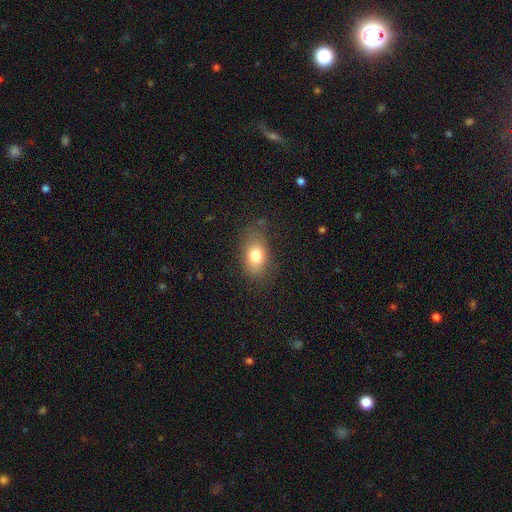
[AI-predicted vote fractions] Smooth or featured: smooth — 78% (featured or disk — 13%)
How rounded: in between — 85% (round — 12%)
Merging: none — 72% (minor disturbance — 19%)